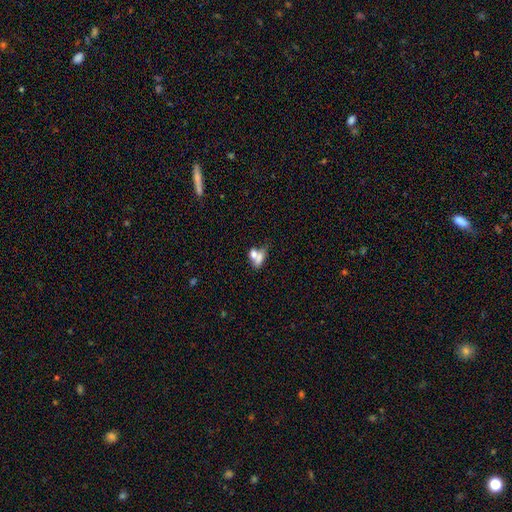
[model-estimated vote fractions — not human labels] smooth_or_featured: smooth (p=0.66) [alt: featured or disk p=0.22]
how_rounded: in between (p=0.62) [alt: round p=0.24]
merging: merger (p=0.53) [alt: none p=0.27]